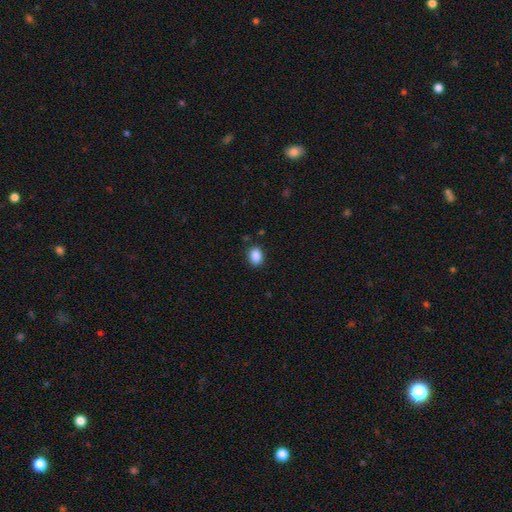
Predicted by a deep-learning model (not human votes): Q: Smooth or featured?
A: smooth (88%); runner-up: star or artifact (9%)
Q: How rounded?
A: in between (64%); runner-up: round (35%)
Q: Merging?
A: none (86%); runner-up: minor disturbance (10%)